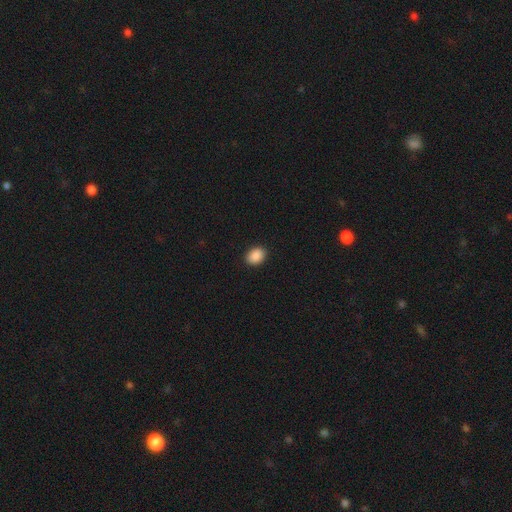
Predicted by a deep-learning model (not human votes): This appears to be a smooth galaxy with no disk features (90%) that is in between round and cigar-shaped (68%). Merging: none (91%).